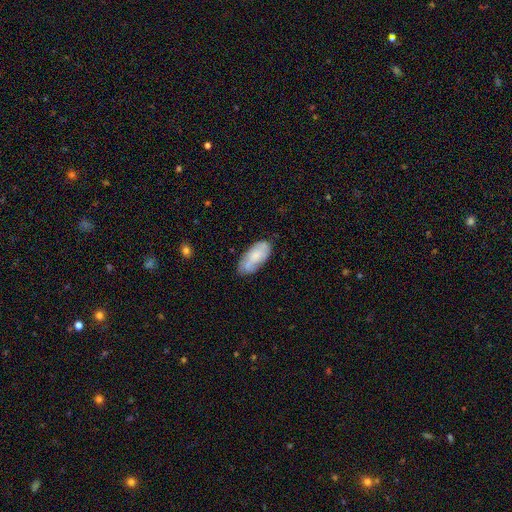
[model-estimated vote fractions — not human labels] Morphology: type=smooth (61%); roundness=in between (89%); merging=none (68%).